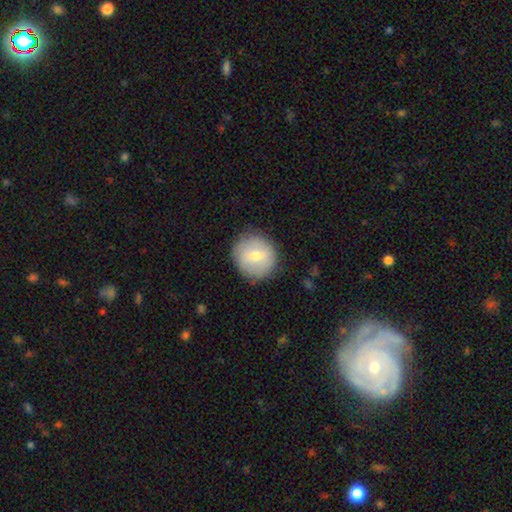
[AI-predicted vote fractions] Smooth or featured? smooth (67%)
How rounded? round (92%)
Merging? none (86%)